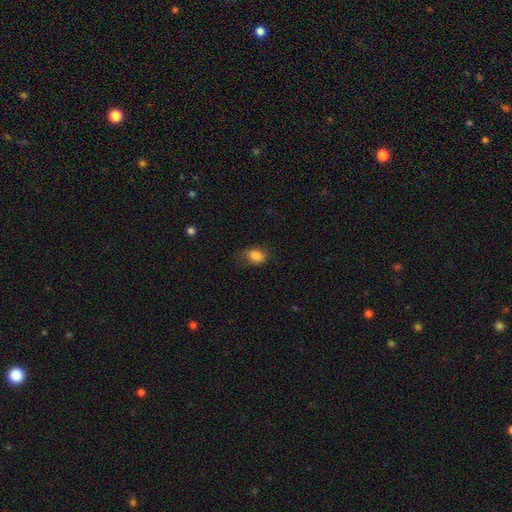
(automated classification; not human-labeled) smooth-or-featured: smooth: 85% | star or artifact: 9% | featured or disk: 6%
  how-rounded: in between: 79% | round: 19% | cigar-shaped: 2%
  merging: none: 64% | minor disturbance: 26% | major disturbance: 9% | merger: 1%